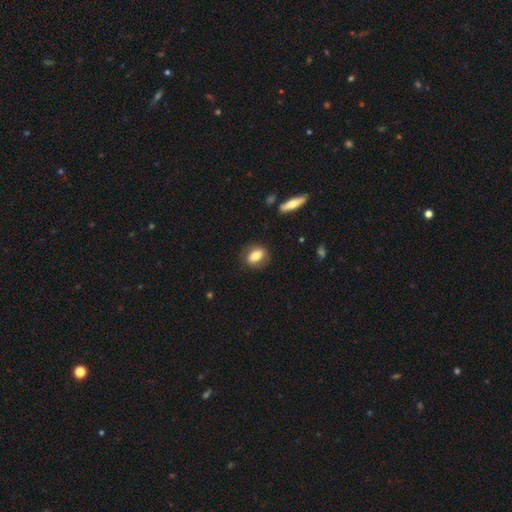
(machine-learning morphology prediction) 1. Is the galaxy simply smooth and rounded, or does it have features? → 76% smooth, 17% featured or disk, 7% star or artifact.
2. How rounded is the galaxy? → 72% in between, 25% round, 3% cigar-shaped.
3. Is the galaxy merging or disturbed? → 81% none, 13% minor disturbance, 4% major disturbance, 1% merger.